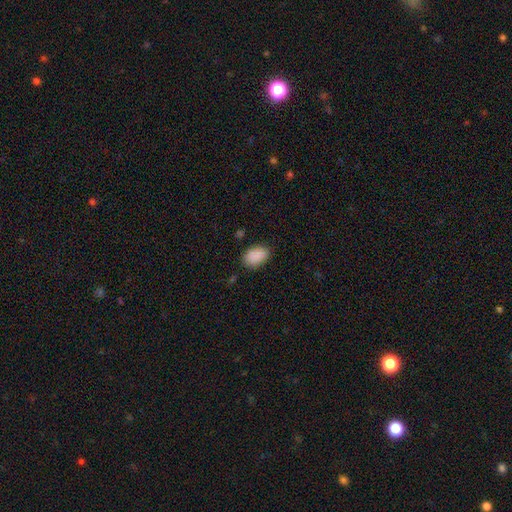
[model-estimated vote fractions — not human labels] smooth 89%, star or artifact 8%, featured or disk 3%. Down the decision tree: how rounded — in between (89%); merging — none (82%).